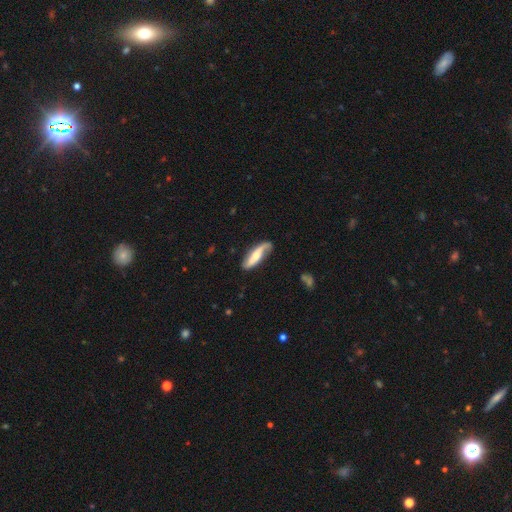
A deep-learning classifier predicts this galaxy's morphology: A featured or disk galaxy (67%).

Vote fractions:
- Smooth or featured? featured or disk: 67% / smooth: 28% / star or artifact: 5%
- Edge-on disk? no: 75% / yes: 25%
- Merging? none: 73% / minor disturbance: 19% / major disturbance: 6% / merger: 2%